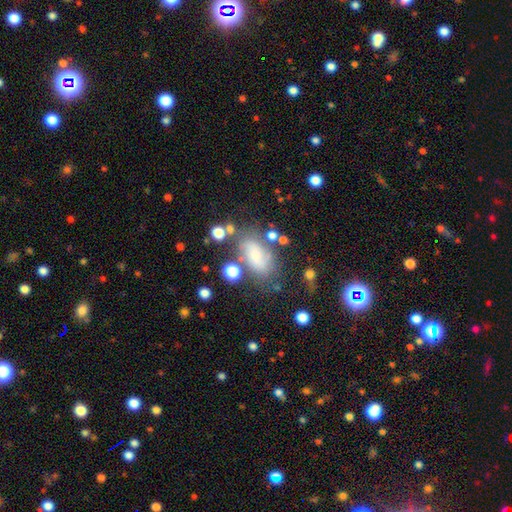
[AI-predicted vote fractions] Overall: smooth (50%; featured or disk 35%). How rounded: in between (83%). Merging: none (56%; minor disturbance 22%).